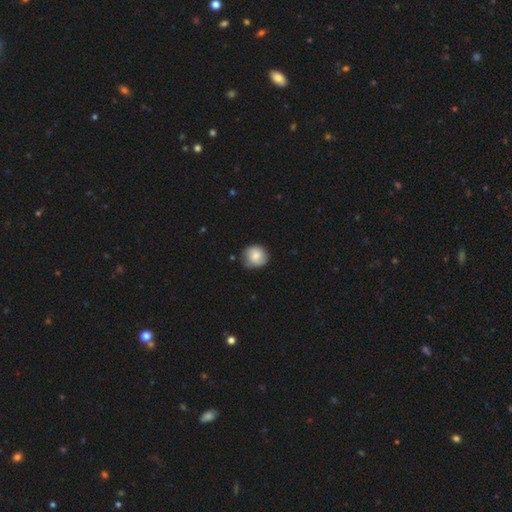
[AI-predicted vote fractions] smooth_or_featured: smooth (p=0.76) [alt: featured or disk p=0.17]
how_rounded: round (p=0.88) [alt: in between p=0.11]
merging: none (p=0.76) [alt: minor disturbance p=0.18]